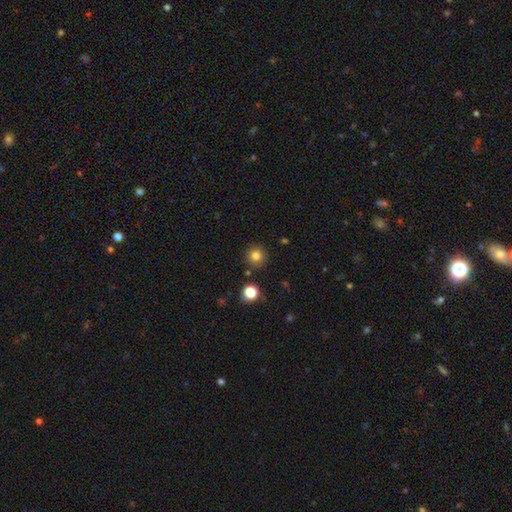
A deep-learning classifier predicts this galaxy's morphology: This is clearly a smooth galaxy (81%). How rounded: clearly round (94%). Merging: clearly none (88%).